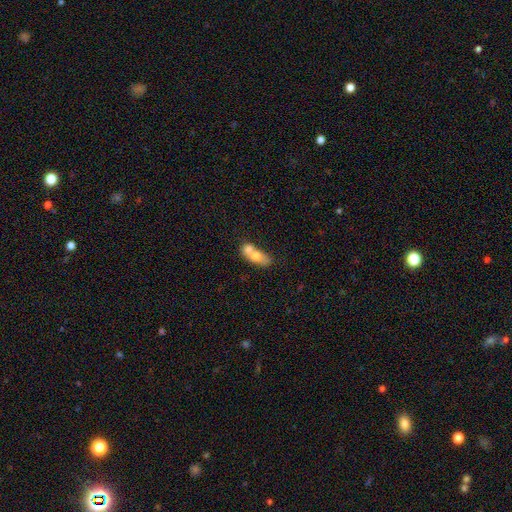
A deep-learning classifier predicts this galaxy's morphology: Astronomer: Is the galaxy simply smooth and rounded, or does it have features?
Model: smooth — 65%.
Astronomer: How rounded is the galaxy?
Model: in between — 70%.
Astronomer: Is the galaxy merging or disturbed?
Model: merger — 68%.